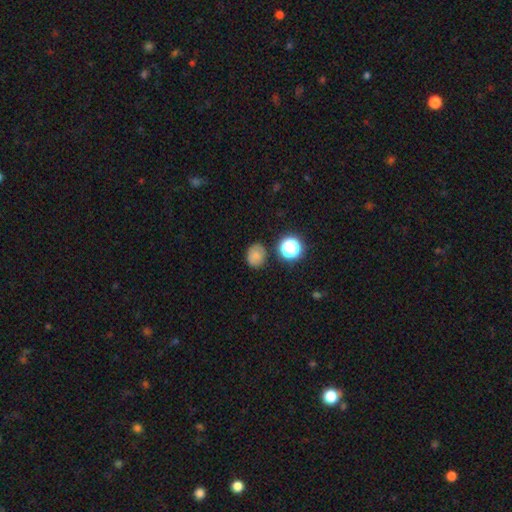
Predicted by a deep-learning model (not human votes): smooth 76%, star or artifact 15%, featured or disk 9%. Down the decision tree: how rounded — round (56%); merging — none (80%).